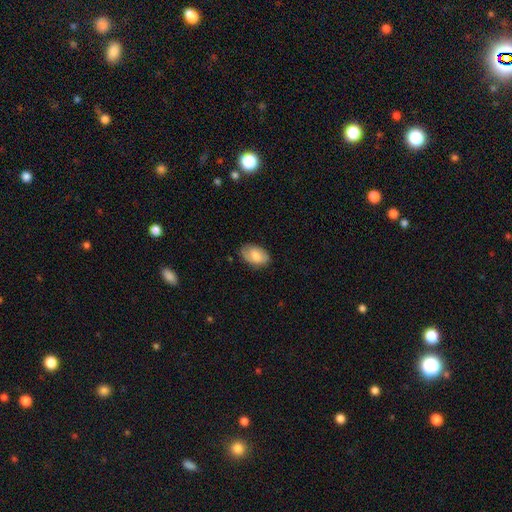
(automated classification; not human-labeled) smooth_or_featured: smooth (p=0.74) [alt: featured or disk p=0.19]
how_rounded: in between (p=0.91) [alt: round p=0.08]
merging: none (p=0.78) [alt: minor disturbance p=0.17]